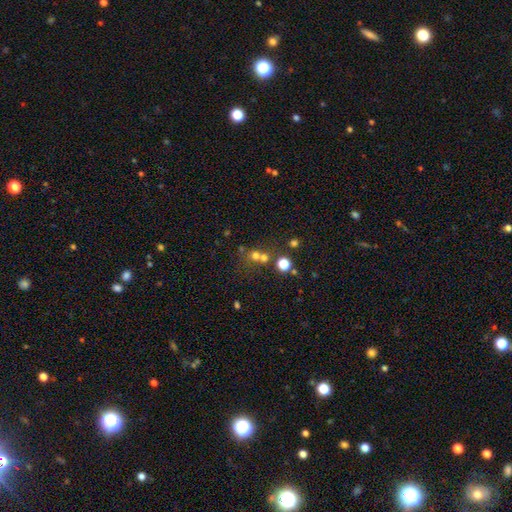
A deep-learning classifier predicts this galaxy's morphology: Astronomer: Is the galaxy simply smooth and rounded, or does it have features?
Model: smooth — 63%.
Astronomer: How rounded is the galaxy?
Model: round — 84%.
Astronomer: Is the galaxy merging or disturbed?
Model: none — 45% (runner-up: merger, 44%).